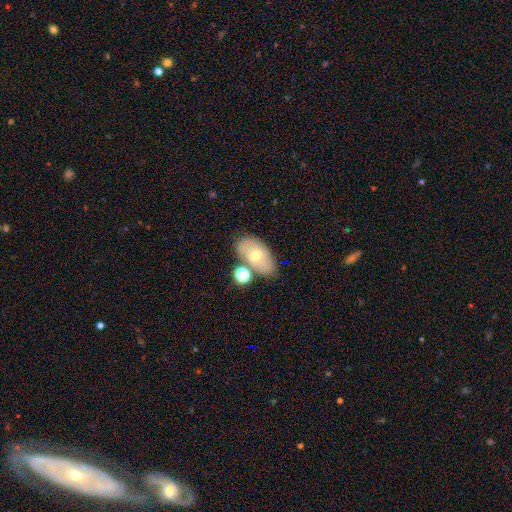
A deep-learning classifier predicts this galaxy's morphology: Smooth or featured? Predicted: smooth (p=0.59). How rounded? Predicted: in between (p=0.89). Merging? Predicted: none (p=0.64).